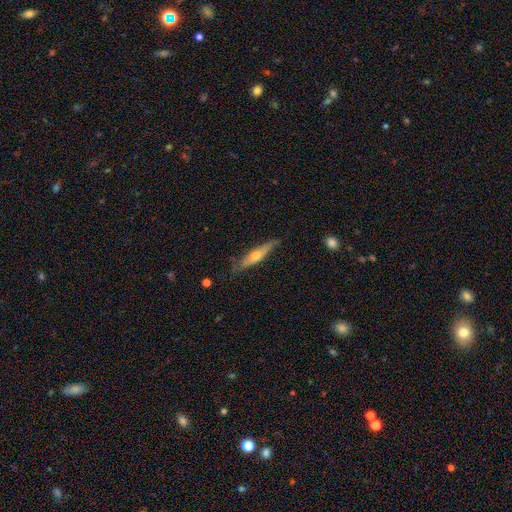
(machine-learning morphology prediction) Q: Smooth or featured?
A: featured or disk (50%); runner-up: smooth (44%)
Q: Edge-on disk?
A: yes (89%); runner-up: no (11%)
Q: Merging?
A: none (78%); runner-up: minor disturbance (17%)